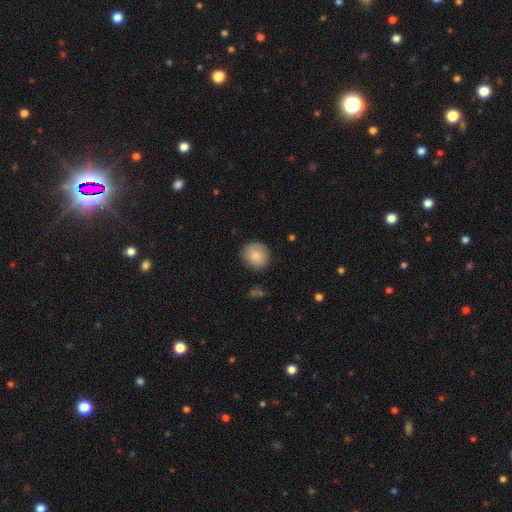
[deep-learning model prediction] Smooth or featured?
  - smooth: 81% *
  - featured or disk: 12%
  - star or artifact: 7%
How rounded?
  - round: 87% *
  - in between: 12%
  - cigar-shaped: 1%
Merging?
  - none: 84% *
  - minor disturbance: 12%
  - major disturbance: 3%
  - merger: 1%